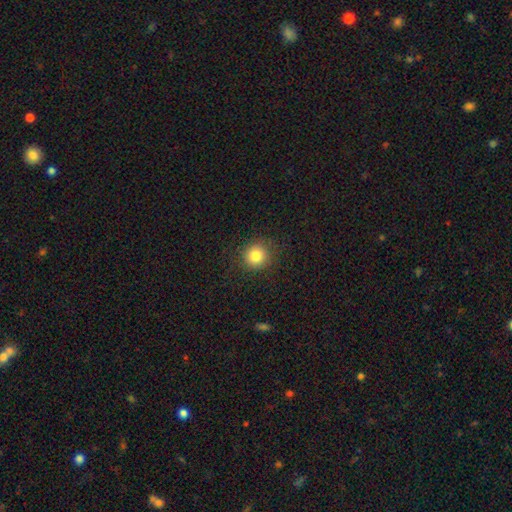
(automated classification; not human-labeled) This is clearly a smooth galaxy (83%). How rounded: clearly round (90%). Merging: clearly none (87%).